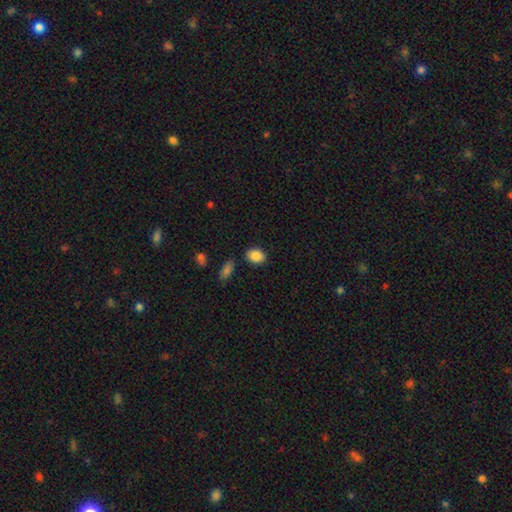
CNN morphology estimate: Smooth or featured?
  - smooth: 87% *
  - star or artifact: 8%
  - featured or disk: 5%
How rounded?
  - in between: 67% *
  - round: 31%
  - cigar-shaped: 1%
Merging?
  - none: 83% *
  - minor disturbance: 11%
  - merger: 4%
  - major disturbance: 3%